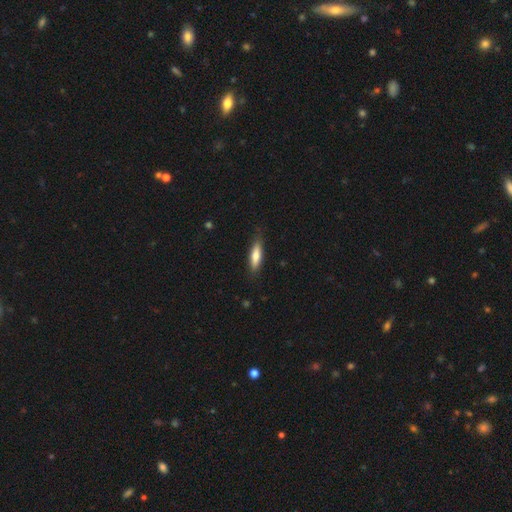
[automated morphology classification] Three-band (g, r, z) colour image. It shows a smooth galaxy with no disk features (73%) that is cigar-shaped (64%). Merging: none (83%).